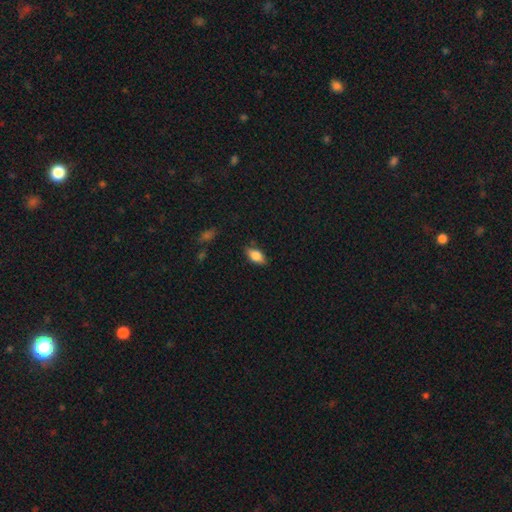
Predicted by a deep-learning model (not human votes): Overall: smooth (75%). How rounded: in between (86%). Merging: none (81%).